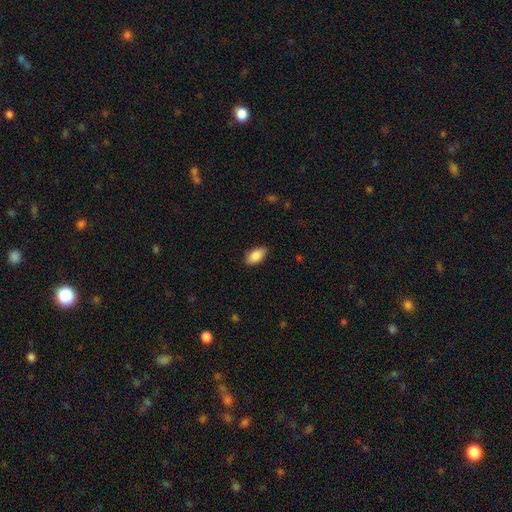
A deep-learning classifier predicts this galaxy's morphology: Smooth or featured?
  - smooth: 88% *
  - star or artifact: 7%
  - featured or disk: 6%
How rounded?
  - in between: 93% *
  - cigar-shaped: 3%
  - round: 3%
Merging?
  - none: 87% *
  - minor disturbance: 10%
  - major disturbance: 2%
  - merger: 1%